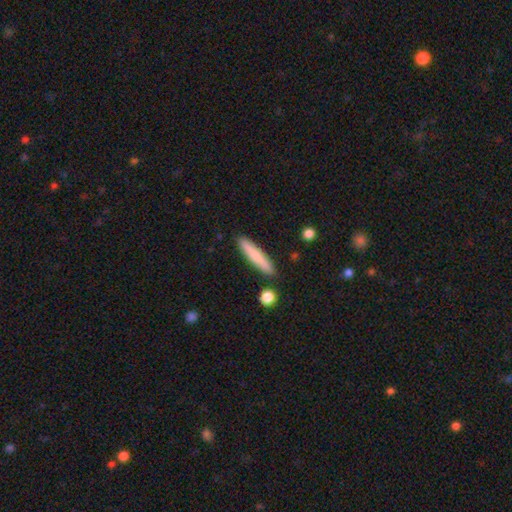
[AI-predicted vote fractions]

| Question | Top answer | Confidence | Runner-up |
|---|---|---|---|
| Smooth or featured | smooth | 74% | featured or disk (20%) |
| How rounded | cigar-shaped | 90% | in between (9%) |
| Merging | none | 88% | minor disturbance (8%) |